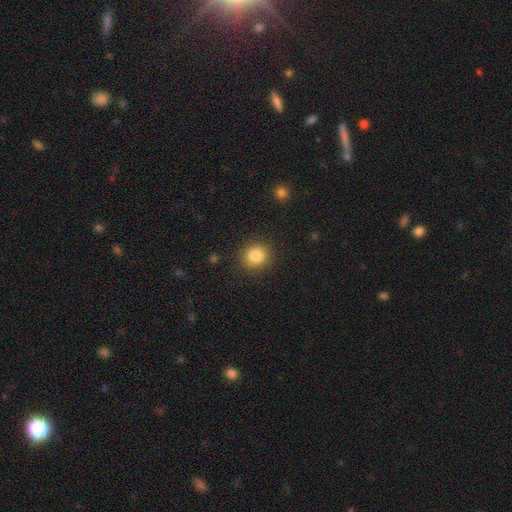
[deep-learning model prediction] A smooth galaxy with no disk features (84%) that is round (87%).

Vote fractions:
- Smooth or featured? smooth: 84% / star or artifact: 11% / featured or disk: 6%
- How rounded? round: 87% / in between: 12% / cigar-shaped: 1%
- Merging? none: 89% / minor disturbance: 7% / major disturbance: 3% / merger: 1%